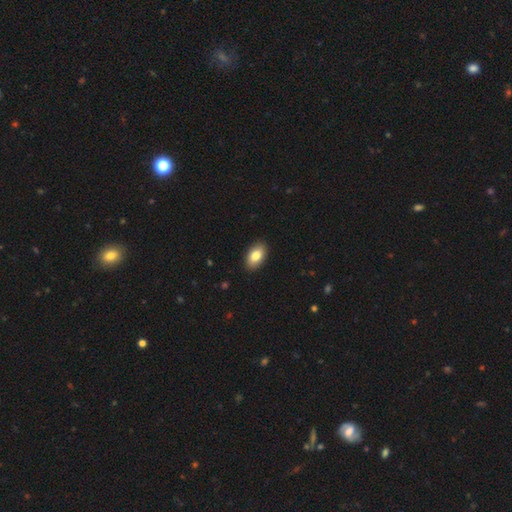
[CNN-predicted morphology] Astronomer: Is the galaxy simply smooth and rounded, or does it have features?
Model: smooth — 83%.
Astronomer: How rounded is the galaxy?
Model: in between — 93%.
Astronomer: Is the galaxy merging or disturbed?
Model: none — 90%.